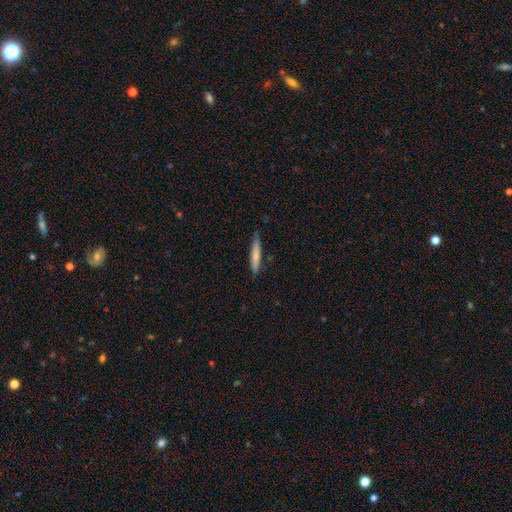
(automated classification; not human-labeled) A smooth galaxy with no disk features (72%) that is cigar-shaped (91%). Merging: none (76%).